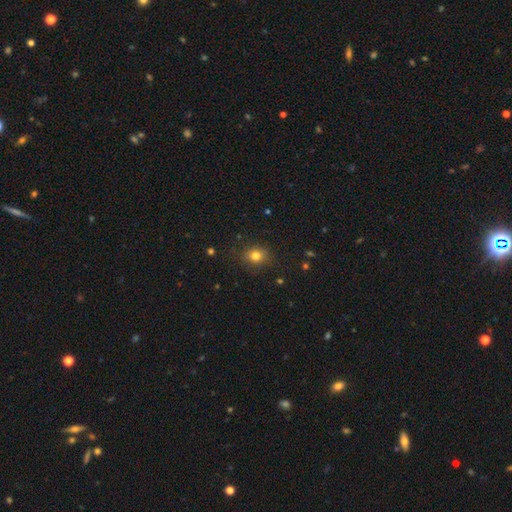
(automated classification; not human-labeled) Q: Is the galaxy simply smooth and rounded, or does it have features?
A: smooth — 79%.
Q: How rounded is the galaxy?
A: round — 65%.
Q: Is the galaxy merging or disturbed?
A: none — 82%.